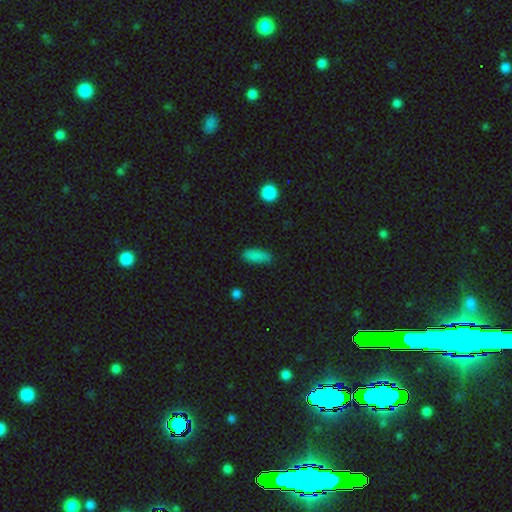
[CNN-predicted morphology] This appears to be a smooth galaxy with no disk features (86%) that is in between round and cigar-shaped (76%). Merging: none (78%).